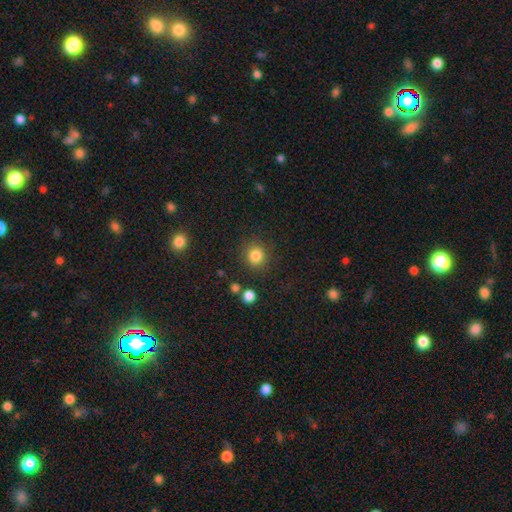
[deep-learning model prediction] smooth-or-featured: smooth: 84% | star or artifact: 11% | featured or disk: 5%
  how-rounded: round: 88% | in between: 11% | cigar-shaped: 1%
  merging: none: 86% | minor disturbance: 8% | major disturbance: 3% | merger: 3%